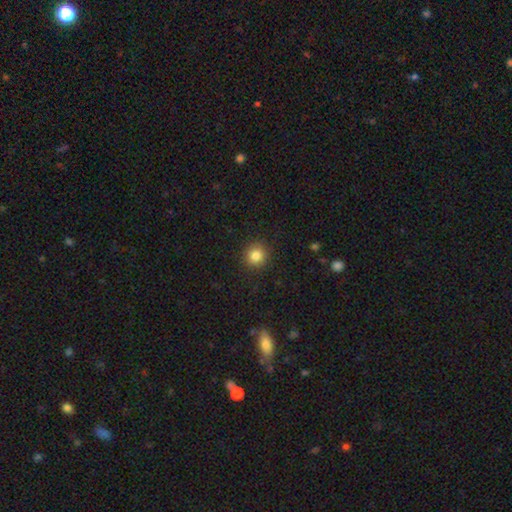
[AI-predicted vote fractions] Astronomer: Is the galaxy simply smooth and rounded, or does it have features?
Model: smooth — 84%.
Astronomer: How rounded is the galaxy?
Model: round — 91%.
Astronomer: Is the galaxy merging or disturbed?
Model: none — 91%.